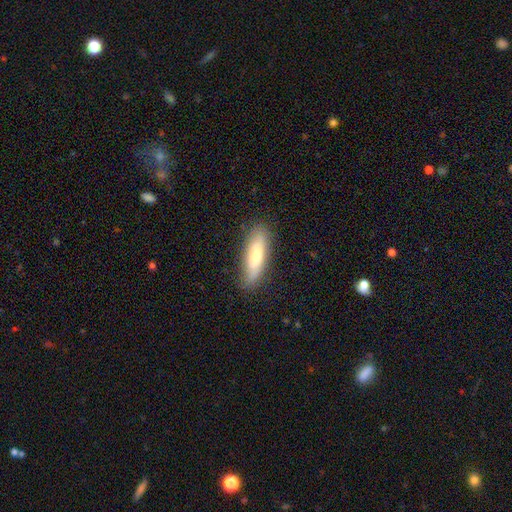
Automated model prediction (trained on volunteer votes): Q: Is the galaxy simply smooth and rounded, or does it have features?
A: smooth — 67%.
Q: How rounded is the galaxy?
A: cigar-shaped — 60%.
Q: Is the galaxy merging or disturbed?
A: none — 83%.